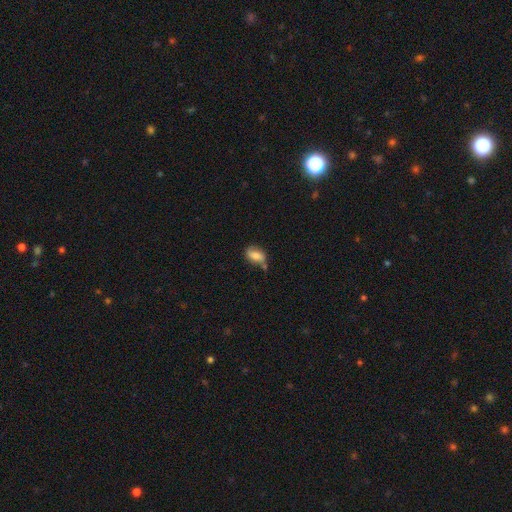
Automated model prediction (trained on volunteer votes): Smooth or featured? smooth (72%)
How rounded? in between (85%)
Merging? none (56%)